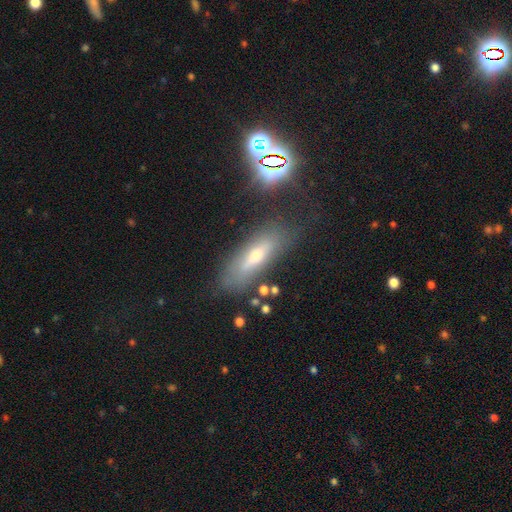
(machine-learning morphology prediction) This appears to be a smooth galaxy with no disk features (46%). Merging: none (73%).